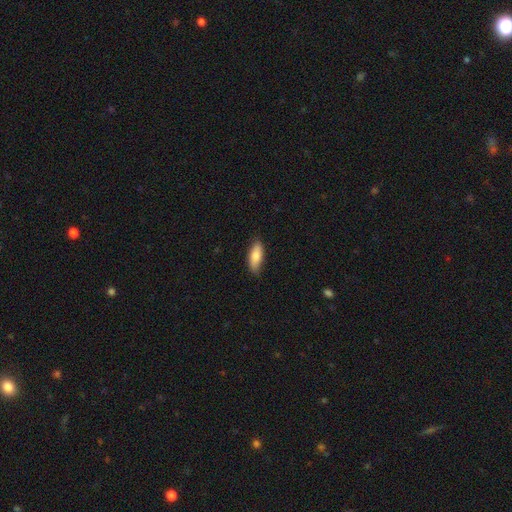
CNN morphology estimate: Smooth or featured: smooth — 81% (featured or disk — 13%)
How rounded: in between — 74% (cigar-shaped — 24%)
Merging: none — 80% (minor disturbance — 16%)